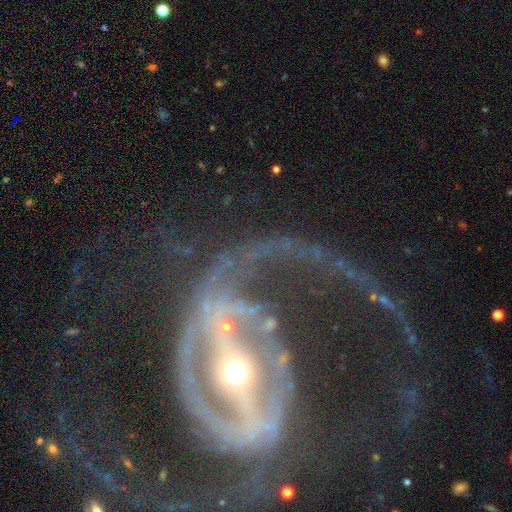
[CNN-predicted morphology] Smooth or featured?
  - featured or disk: 88% *
  - star or artifact: 7%
  - smooth: 5%
Edge-on disk?
  - no: 95% *
  - yes: 5%
Bar?
  - strong: 62% *
  - weak: 21%
  - no: 17%
Spiral arms?
  - yes: 86% *
  - no: 14%
Spiral winding?
  - loose: 40% *
  - medium: 39%
  - tight: 21%
Spiral arm count?
  - 2: 66% *
  - 1: 14%
  - can't tell: 8%
  - 3: 5%
  - 4: 3%
  - more than 4: 3%
Bulge size?
  - moderate: 61% *
  - small: 31%
  - large: 5%
  - dominant: 2%
  - none: 1%
Merging?
  - none: 39% * (tied)
  - major disturbance: 39% * (tied)
  - minor disturbance: 15%
  - merger: 7%